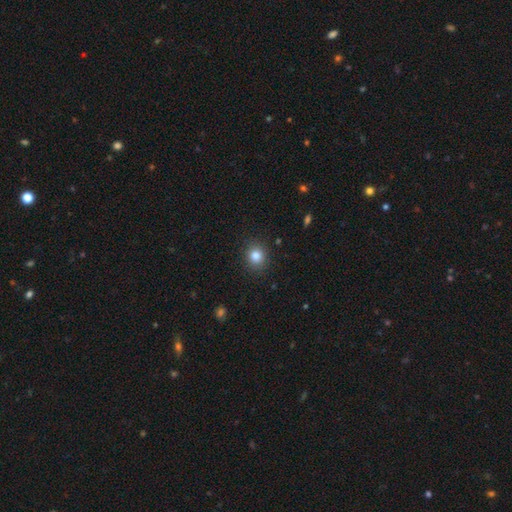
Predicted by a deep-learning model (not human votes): Morphology: type=smooth (84%); roundness=round (78%); merging=none (87%).